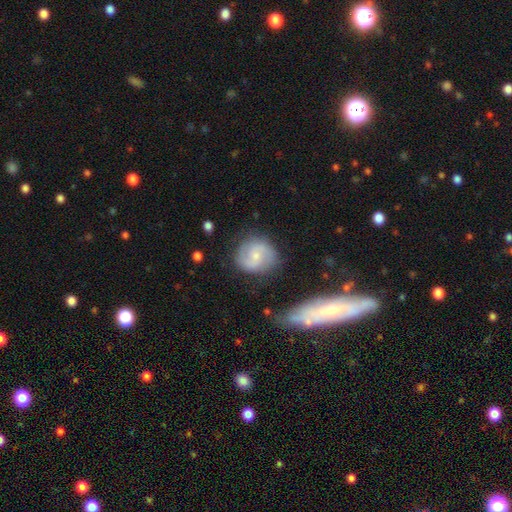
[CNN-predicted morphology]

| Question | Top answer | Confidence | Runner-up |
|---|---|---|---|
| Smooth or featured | featured or disk | 66% | smooth (27%) |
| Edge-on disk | no | 97% | yes (3%) |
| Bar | no | 55% | weak (38%) |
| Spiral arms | yes | 92% | no (8%) |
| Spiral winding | medium | 49% | tight (29%) |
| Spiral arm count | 2 | 85% | can't tell (8%) |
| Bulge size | small | 63% | moderate (30%) |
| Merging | none | 77% | minor disturbance (15%) |